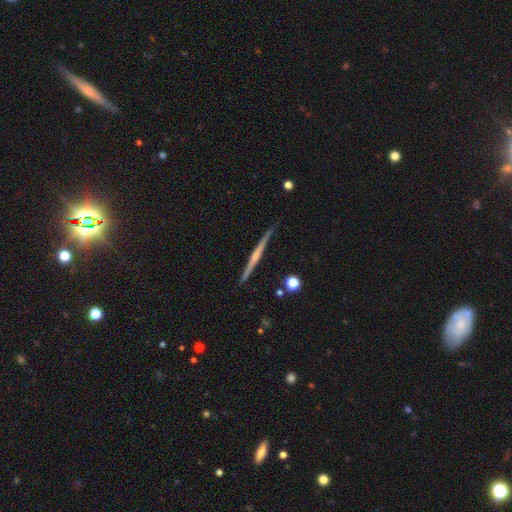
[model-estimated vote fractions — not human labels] featured or disk 70%, smooth 25%, star or artifact 5%. Down the decision tree: edge-on disk — yes (98%); edge-on bulge — none (50%); merging — none (89%).